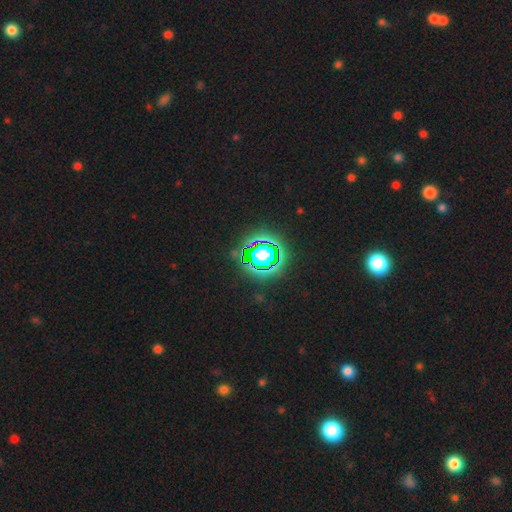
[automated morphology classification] This is clearly a star or artifact rather than a galaxy (81%).